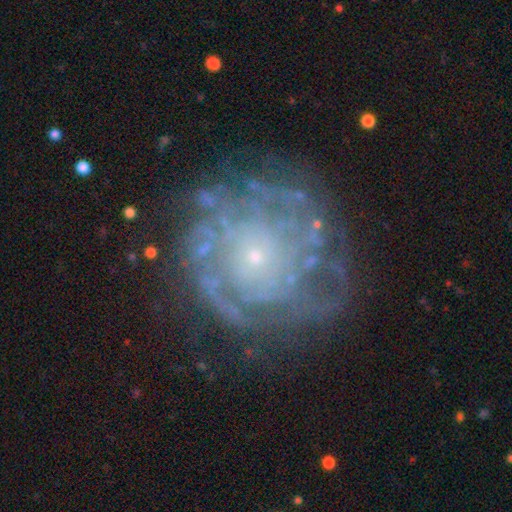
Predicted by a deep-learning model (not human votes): Smooth or featured? featured or disk (78%)
Edge-on disk? no (97%)
Bar? no (86%)
Spiral arms? yes (79%)
Spiral winding? tight (71%)
Spiral arm count? can't tell (46%)
Bulge size? small (86%)
Merging? none (71%)